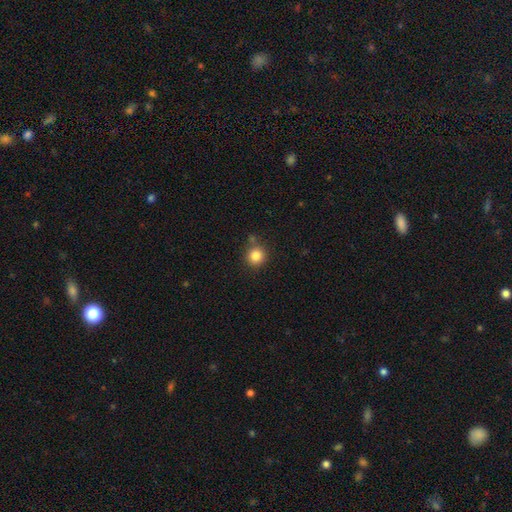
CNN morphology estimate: This appears to be a smooth galaxy with no disk features (83%) that is round (93%). Merging: none (78%).